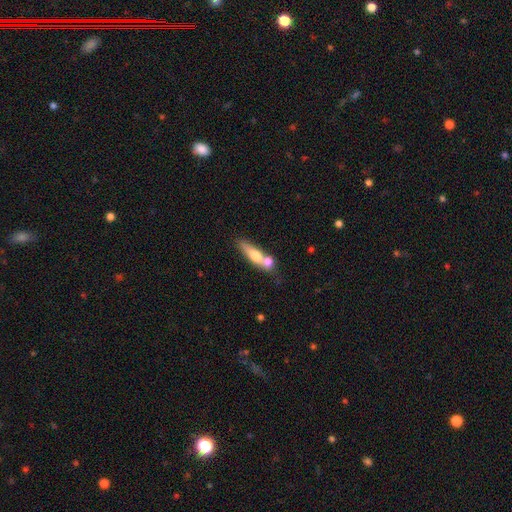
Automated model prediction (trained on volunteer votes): smooth_or_featured: smooth (p=0.59) [alt: featured or disk p=0.34]
how_rounded: cigar-shaped (p=0.57) [alt: in between p=0.36]
merging: merger (p=0.46) [alt: none p=0.36]